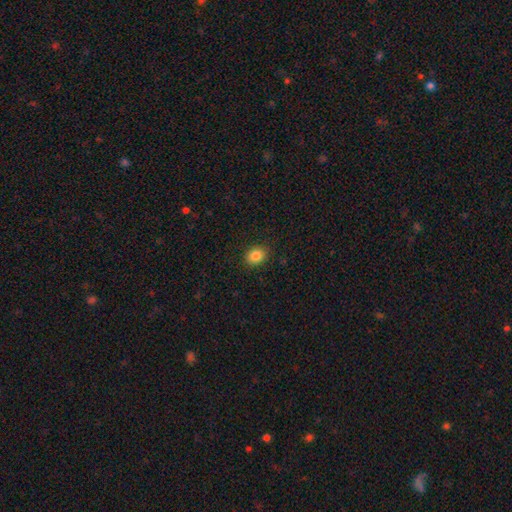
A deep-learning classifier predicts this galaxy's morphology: The model was most divided on "how rounded": round: 50%, in between: 49%, cigar-shaped: 1%. More confident: merging — none (89%); smooth or featured — smooth (85%).